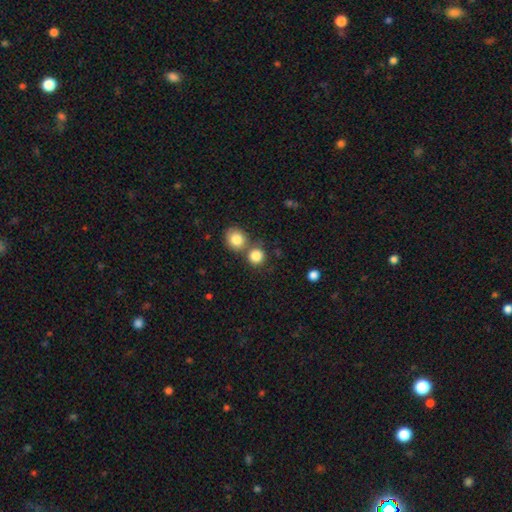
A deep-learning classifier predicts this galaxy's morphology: smooth_or_featured: smooth (p=0.84) [alt: star or artifact p=0.10]
how_rounded: round (p=0.88) [alt: in between p=0.11]
merging: none (p=0.58) [alt: merger p=0.32]